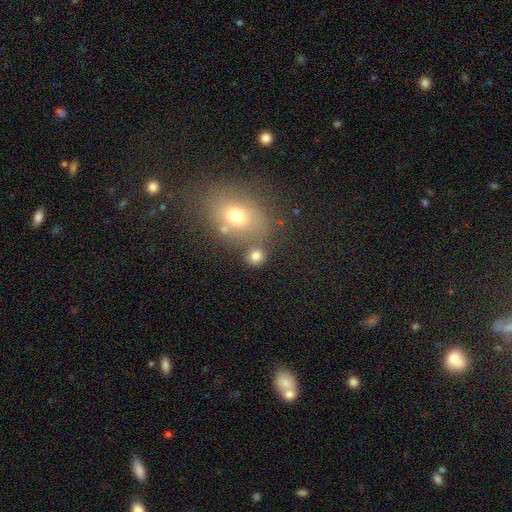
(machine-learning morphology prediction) type=smooth (78%); roundness=round (76%); merging=none (67%).